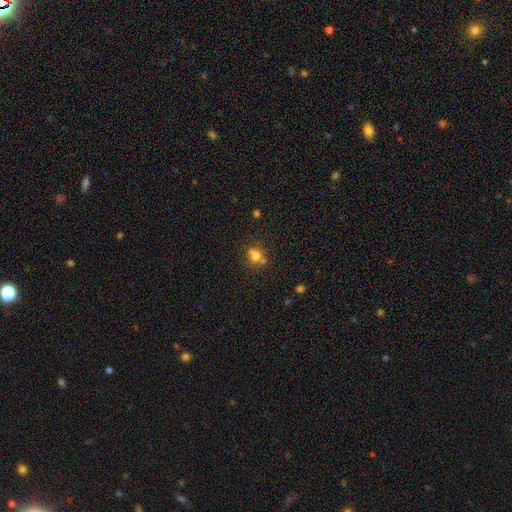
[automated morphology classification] This appears to be a smooth galaxy with no disk features (71%) that is round (70%). Merging: none (56%).